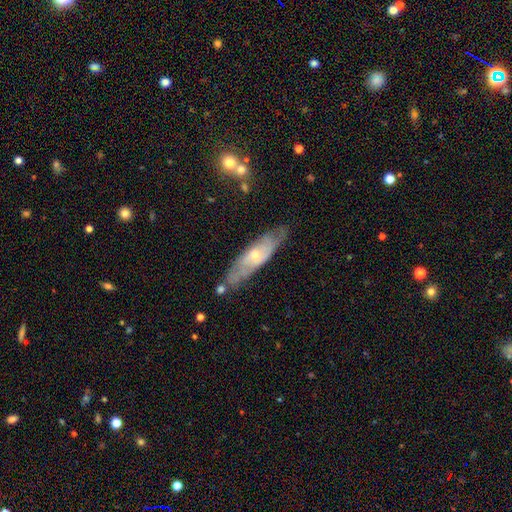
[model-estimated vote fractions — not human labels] featured or disk 65%, smooth 28%, star or artifact 6%. Down the decision tree: edge-on disk — no (63%); merging — none (73%).